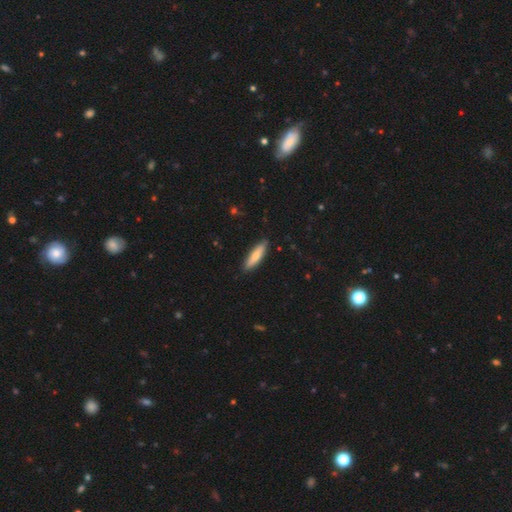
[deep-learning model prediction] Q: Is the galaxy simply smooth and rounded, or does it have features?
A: smooth — 75%.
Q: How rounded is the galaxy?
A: cigar-shaped — 72%.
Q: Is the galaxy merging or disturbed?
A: none — 88%.